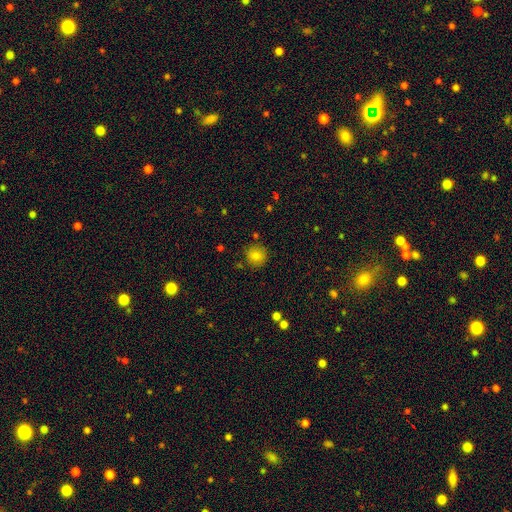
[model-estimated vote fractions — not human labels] Q: Smooth or featured?
A: smooth (81%); runner-up: star or artifact (12%)
Q: How rounded?
A: round (92%); runner-up: in between (7%)
Q: Merging?
A: none (86%); runner-up: minor disturbance (9%)